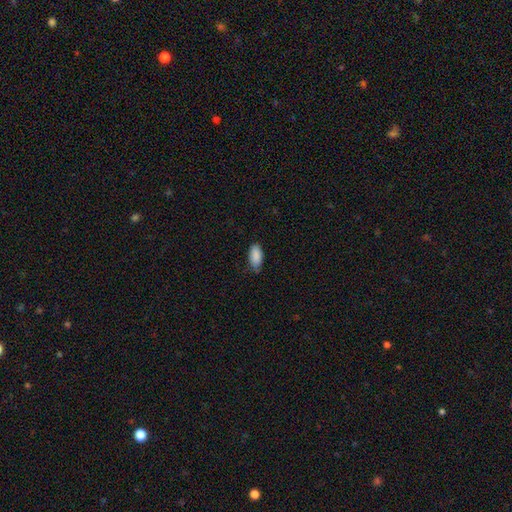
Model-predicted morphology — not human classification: smooth 88%, star or artifact 7%, featured or disk 5%. Down the decision tree: how rounded — in between (93%); merging — none (66%).